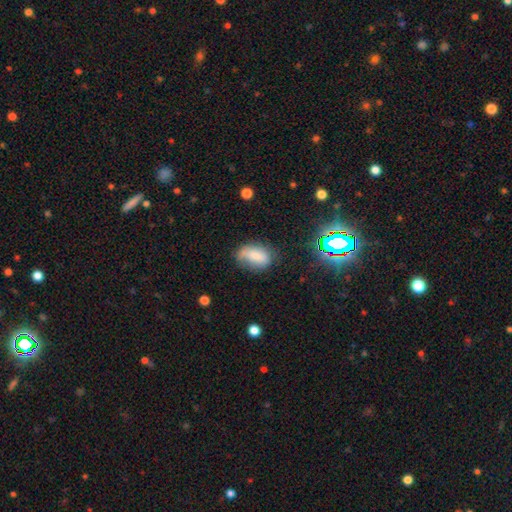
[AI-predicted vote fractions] Smooth or featured: smooth — 73% (featured or disk — 15%)
How rounded: in between — 88% (round — 9%)
Merging: none — 50% (minor disturbance — 32%)